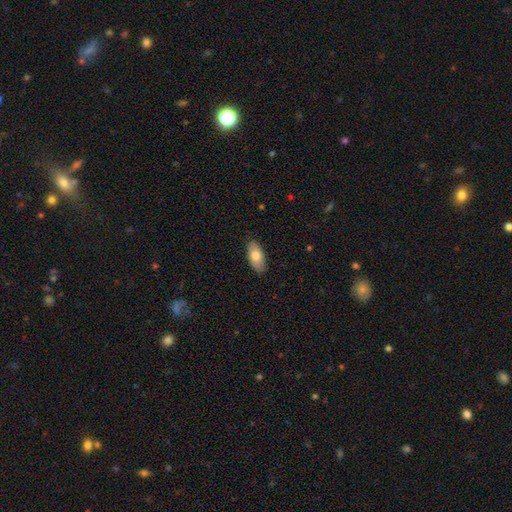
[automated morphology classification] This appears to be a smooth galaxy with no disk features (75%) that is in between round and cigar-shaped (90%). Merging: none (87%).